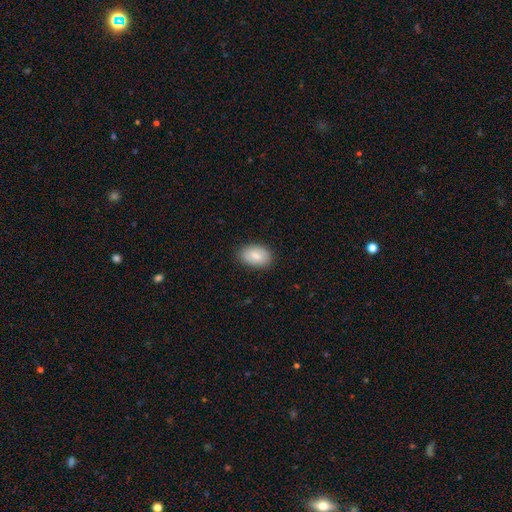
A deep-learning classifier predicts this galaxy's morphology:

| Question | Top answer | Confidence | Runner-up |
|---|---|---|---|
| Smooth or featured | smooth | 81% | featured or disk (13%) |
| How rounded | in between | 90% | round (8%) |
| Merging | none | 85% | minor disturbance (11%) |